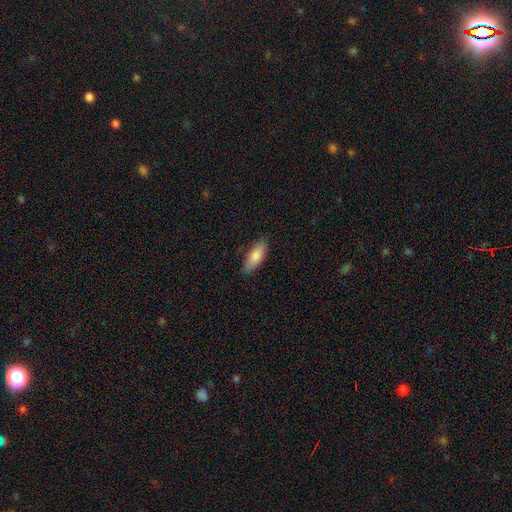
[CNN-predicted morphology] A smooth galaxy with no disk features (82%) that is in between round and cigar-shaped (67%).

Vote fractions:
- Smooth or featured? smooth: 82% / featured or disk: 13% / star or artifact: 6%
- How rounded? in between: 67% / cigar-shaped: 32% / round: 2%
- Merging? none: 85% / minor disturbance: 12% / major disturbance: 2% / merger: 1%